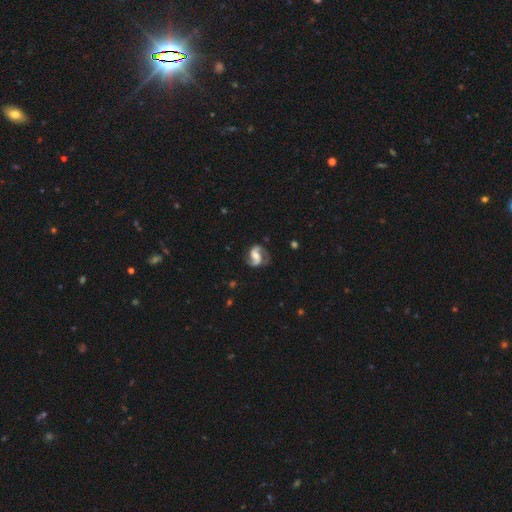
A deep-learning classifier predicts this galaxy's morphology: type=featured or disk (89%); edge-on=no (98%); bar=weak (41%); spiral arms=yes (97%); winding=medium (53%); arm count=2 (92%); bulge=moderate (61%); merging=none (77%).